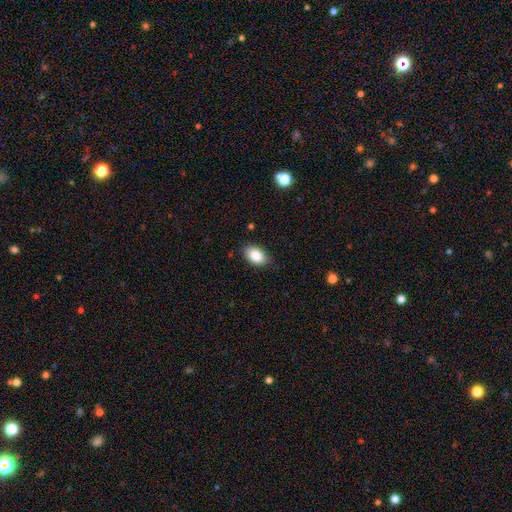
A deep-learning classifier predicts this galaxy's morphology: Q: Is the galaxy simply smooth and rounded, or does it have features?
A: smooth — 87%.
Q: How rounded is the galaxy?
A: in between — 91%.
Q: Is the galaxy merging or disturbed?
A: none — 85%.